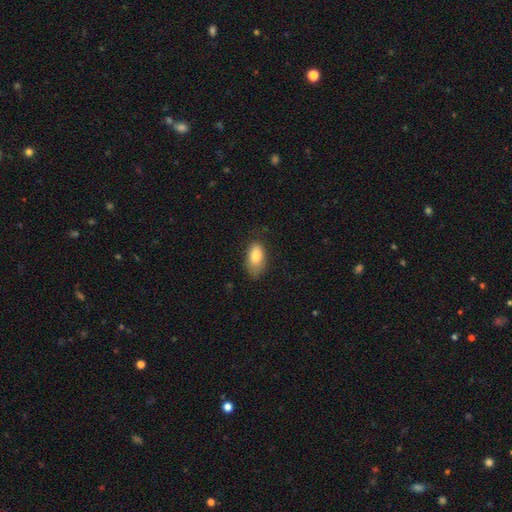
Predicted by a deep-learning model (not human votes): The model was most divided on "merging": none: 64%, minor disturbance: 27%, major disturbance: 7%, merger: 1%. More confident: how rounded — in between (93%); smooth or featured — smooth (83%).